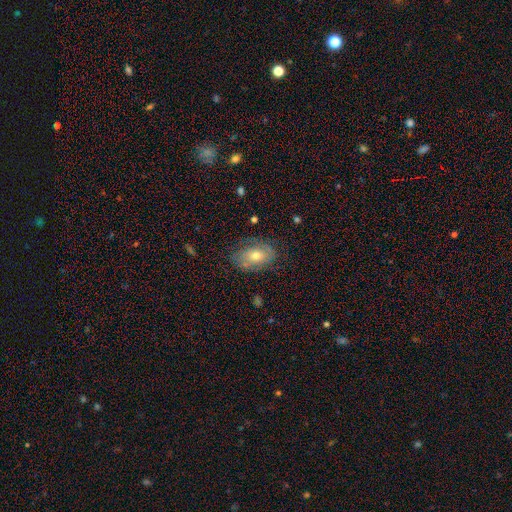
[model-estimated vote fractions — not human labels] The model was most divided on "smooth or featured" (2-way tie): smooth: 45%, featured or disk: 45%, star or artifact: 9%. More confident: merging — none (72%).